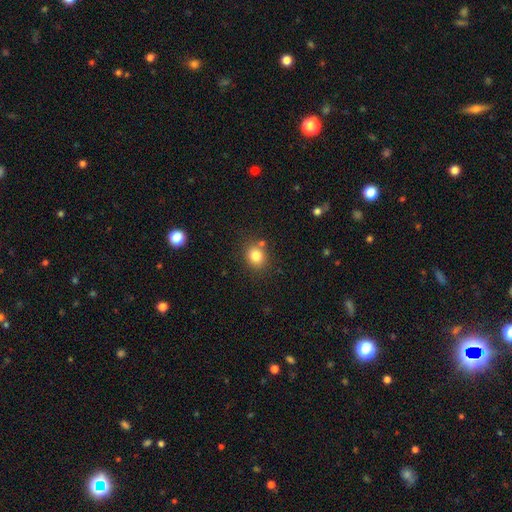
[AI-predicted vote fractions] The model was most divided on "how rounded": round: 68%, in between: 31%, cigar-shaped: 1%. More confident: smooth or featured — smooth (81%); merging — none (78%).